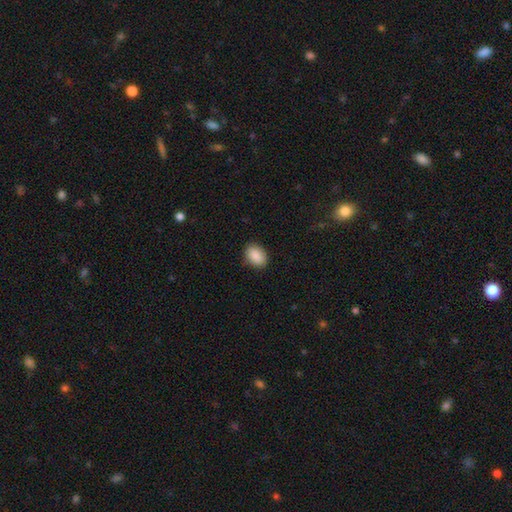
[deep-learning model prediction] smooth 89%, star or artifact 7%, featured or disk 3%. Down the decision tree: how rounded — in between (78%); merging — none (86%).